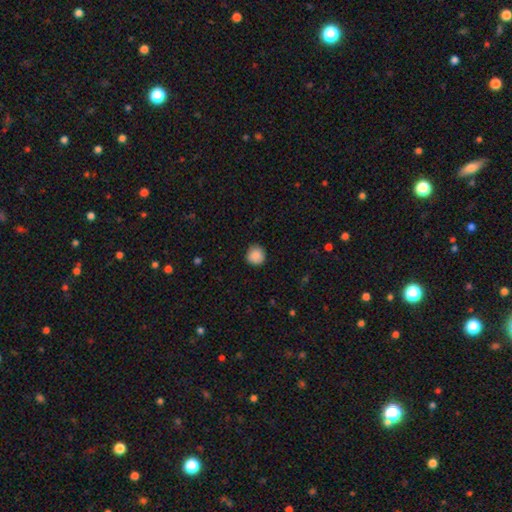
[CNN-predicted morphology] Q: Smooth or featured?
A: smooth (88%); runner-up: star or artifact (8%)
Q: How rounded?
A: round (94%); runner-up: in between (5%)
Q: Merging?
A: none (89%); runner-up: minor disturbance (8%)